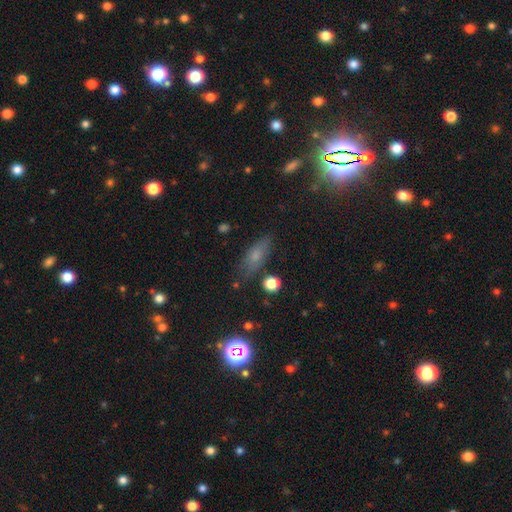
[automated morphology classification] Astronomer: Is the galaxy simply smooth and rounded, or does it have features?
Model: smooth — 63%.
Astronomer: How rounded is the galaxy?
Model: in between — 62%.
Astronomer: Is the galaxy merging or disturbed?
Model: none — 74%.